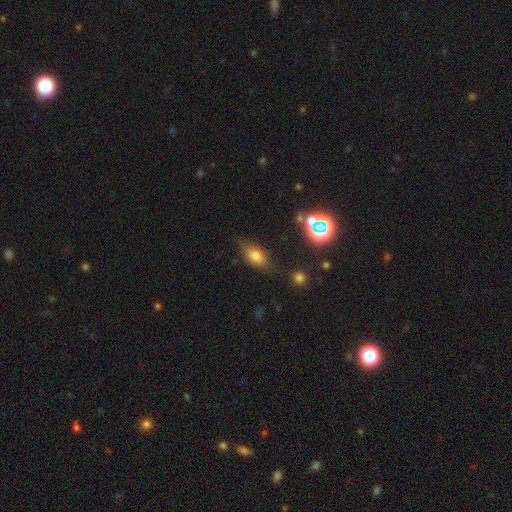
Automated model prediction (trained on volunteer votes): Overall: smooth (72%). How rounded: in between (83%). Merging: none (71%).